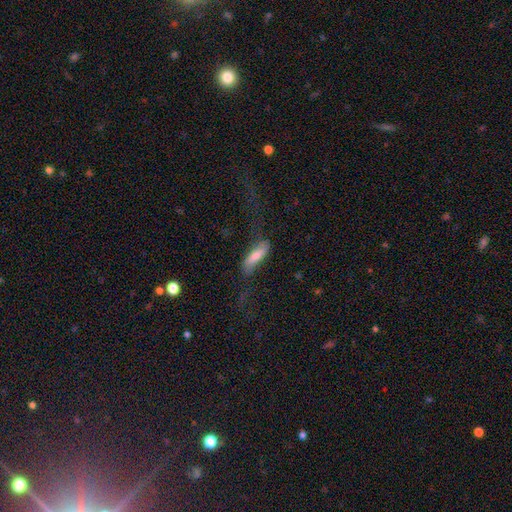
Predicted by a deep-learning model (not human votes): A smooth galaxy with no disk features (64%) that is cigar-shaped (52%). Merging: none (51%).